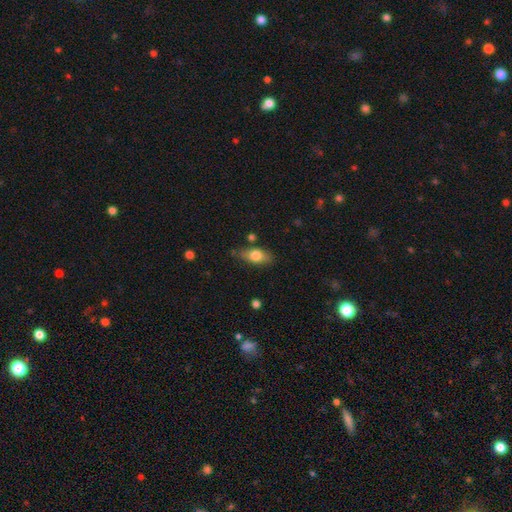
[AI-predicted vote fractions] Smooth or featured?
  - smooth: 71% *
  - featured or disk: 22%
  - star or artifact: 7%
How rounded?
  - in between: 82% *
  - cigar-shaped: 12%
  - round: 7%
Merging?
  - none: 73% *
  - minor disturbance: 19%
  - major disturbance: 5%
  - merger: 3%